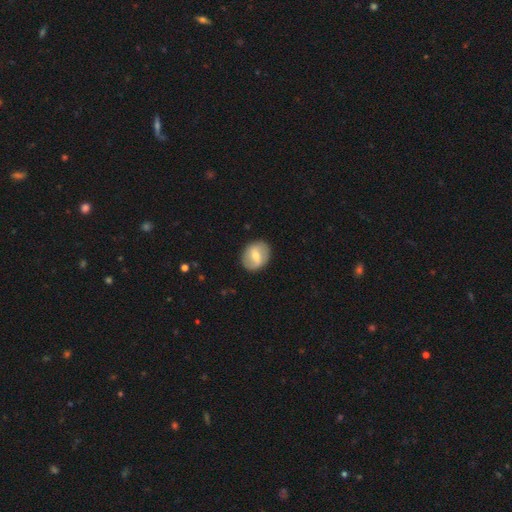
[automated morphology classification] This is possibly a featured or disk galaxy (54%). It is clearly not viewed edge-on (95%). Bar: possibly weak (48%). Spiral arm pattern: possibly yes (56%). Central bulge: likely moderate (62%). Merging: clearly none (86%).